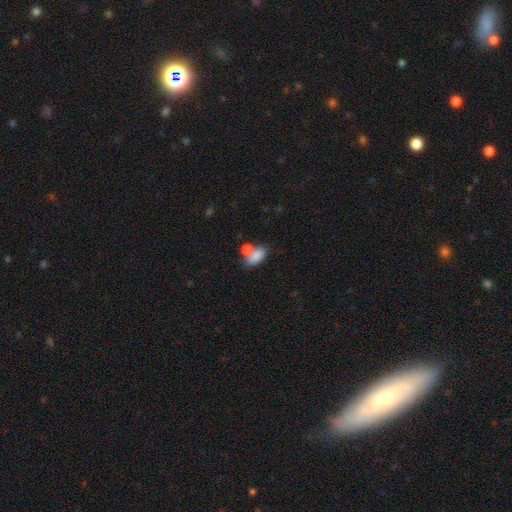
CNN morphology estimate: The model was most divided on "merging": merger: 42%, none: 39%, minor disturbance: 13%, major disturbance: 6%. More confident: how rounded — in between (88%); smooth or featured — smooth (82%).